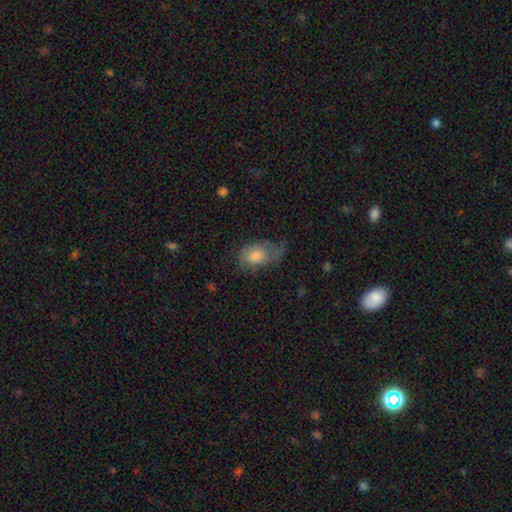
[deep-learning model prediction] Smooth or featured? smooth (60%)
How rounded? in between (81%)
Merging? none (40%)